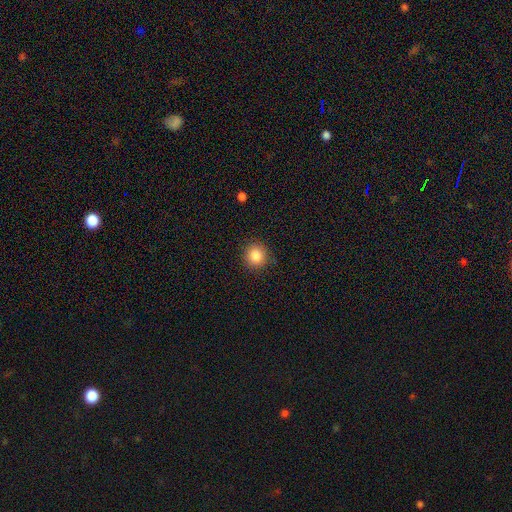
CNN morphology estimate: Smooth or featured? smooth (85%)
How rounded? round (91%)
Merging? none (88%)